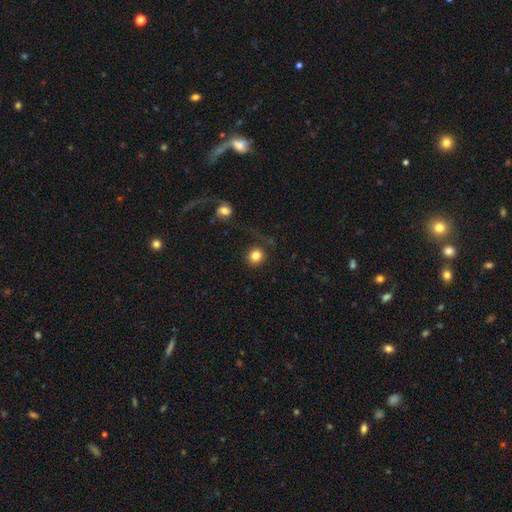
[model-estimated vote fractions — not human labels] Smooth or featured?
  - smooth: 83% *
  - star or artifact: 10%
  - featured or disk: 8%
How rounded?
  - round: 89% *
  - in between: 10%
  - cigar-shaped: 1%
Merging?
  - none: 77% *
  - minor disturbance: 10%
  - major disturbance: 8%
  - merger: 6%